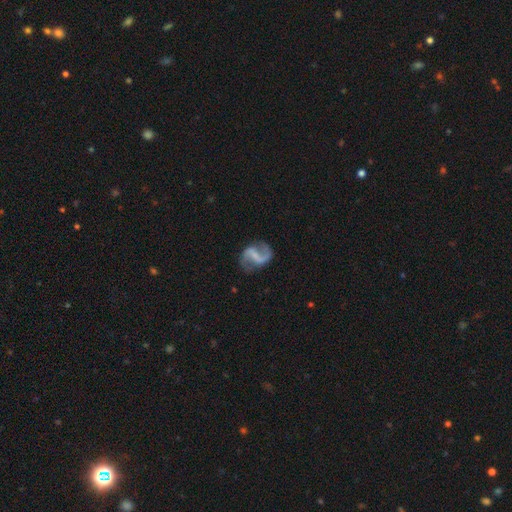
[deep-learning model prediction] The model was most divided on "bar": weak: 44%, strong: 35%, no: 21%. More confident: edge-on disk — no (98%); spiral arms — yes (95%); spiral arm count — 2 (91%); smooth or featured — featured or disk (86%); merging — none (75%); spiral winding — loose (56%); bulge size — none (51%).